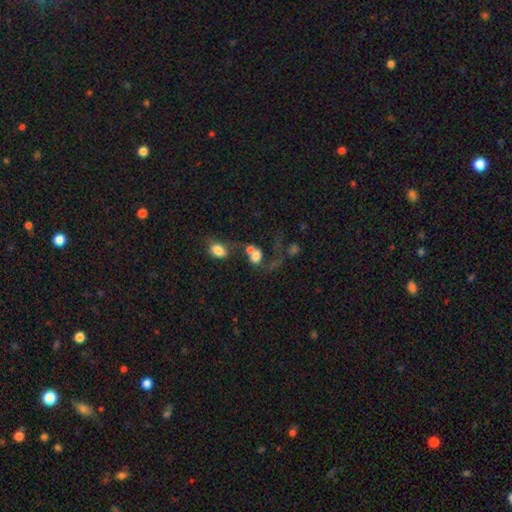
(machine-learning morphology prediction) Overall: smooth (58%; featured or disk 28%). How rounded: in between (49%, tied with round). Merging: merger (57%; major disturbance 17%).